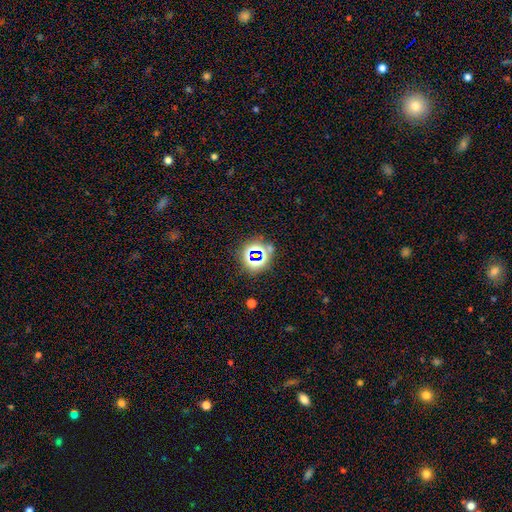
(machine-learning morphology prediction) Smooth or featured?
  - star or artifact: 70% *
  - smooth: 20%
  - featured or disk: 10%